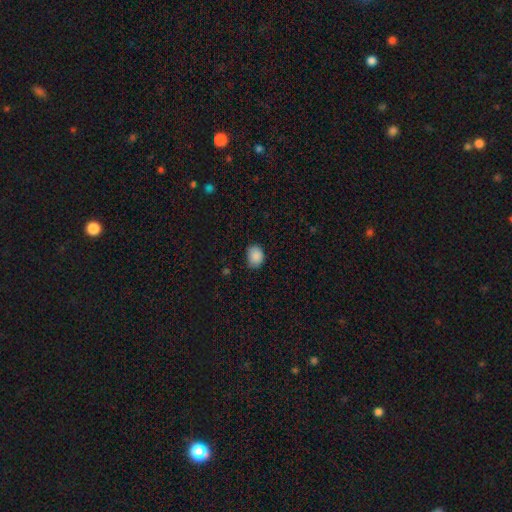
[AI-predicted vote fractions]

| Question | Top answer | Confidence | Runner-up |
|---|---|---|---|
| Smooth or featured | smooth | 88% | star or artifact (9%) |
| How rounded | in between | 56% | round (43%) |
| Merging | none | 69% | minor disturbance (26%) |